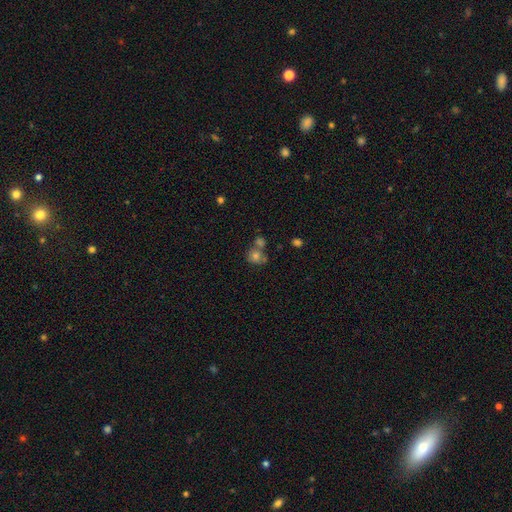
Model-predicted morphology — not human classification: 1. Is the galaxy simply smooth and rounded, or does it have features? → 74% smooth, 13% featured or disk, 13% star or artifact.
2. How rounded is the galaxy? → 80% round, 18% in between, 1% cigar-shaped.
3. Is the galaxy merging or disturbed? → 46% none, 37% merger, 12% minor disturbance, 6% major disturbance.